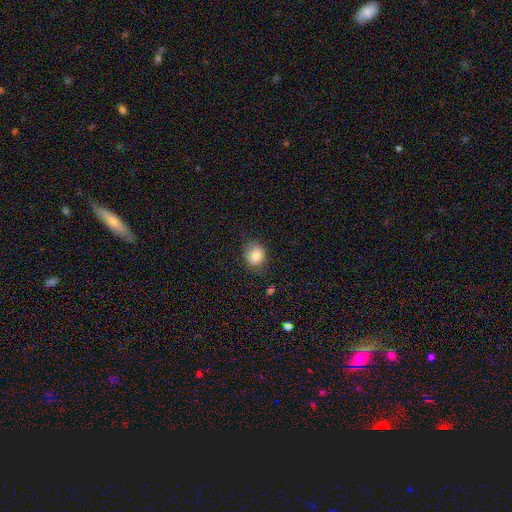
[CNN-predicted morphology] Q: Smooth or featured?
A: smooth (81%); runner-up: featured or disk (10%)
Q: How rounded?
A: round (66%); runner-up: in between (33%)
Q: Merging?
A: none (73%); runner-up: minor disturbance (20%)